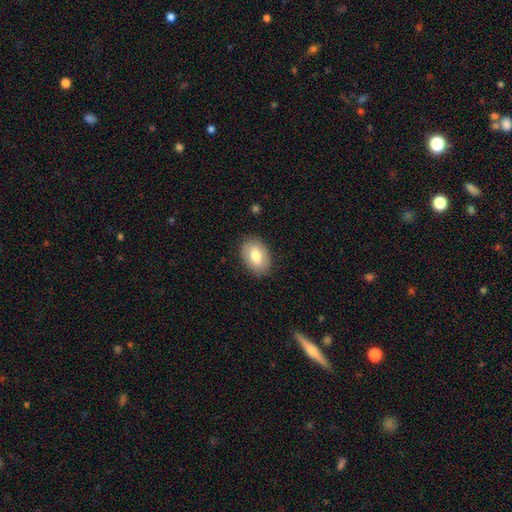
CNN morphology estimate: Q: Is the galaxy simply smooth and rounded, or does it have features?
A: smooth — 74%.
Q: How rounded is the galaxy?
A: in between — 86%.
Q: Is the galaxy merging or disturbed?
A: none — 85%.